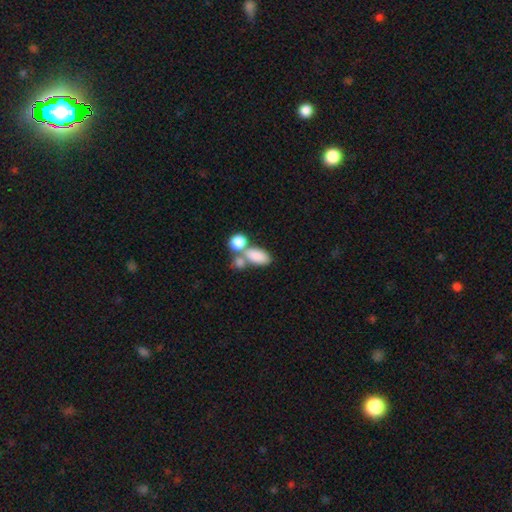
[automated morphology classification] This appears to be a smooth galaxy with no disk features (82%) that is in between round and cigar-shaped (89%). Merging: merger (47%).